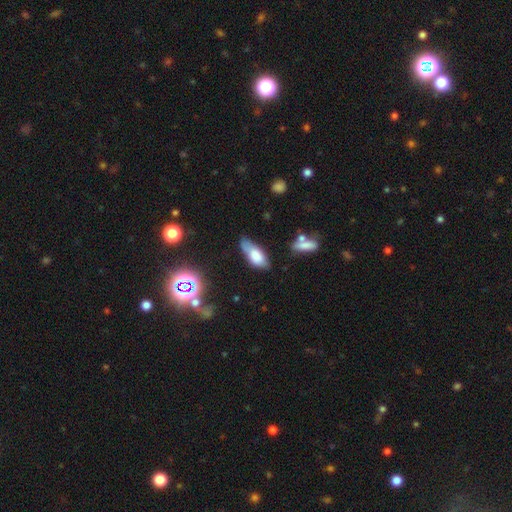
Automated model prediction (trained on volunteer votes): Smooth or featured? Predicted: smooth (p=0.73). How rounded? Predicted: in between (p=0.82). Merging? Predicted: none (p=0.51).